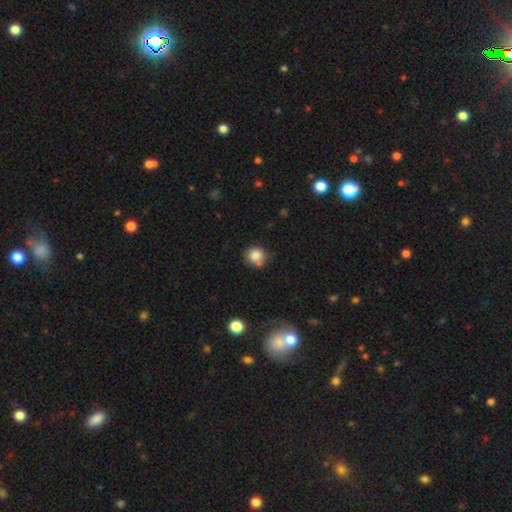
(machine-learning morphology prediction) Smooth or featured?
  - smooth: 84% *
  - star or artifact: 10%
  - featured or disk: 6%
How rounded?
  - round: 87% *
  - in between: 12%
  - cigar-shaped: 1%
Merging?
  - none: 66% *
  - minor disturbance: 18%
  - merger: 12%
  - major disturbance: 5%